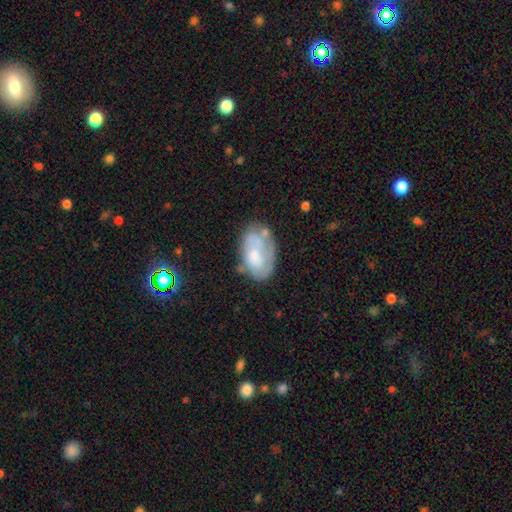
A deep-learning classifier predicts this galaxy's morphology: Smooth or featured? smooth (49%)
Merging? none (48%)